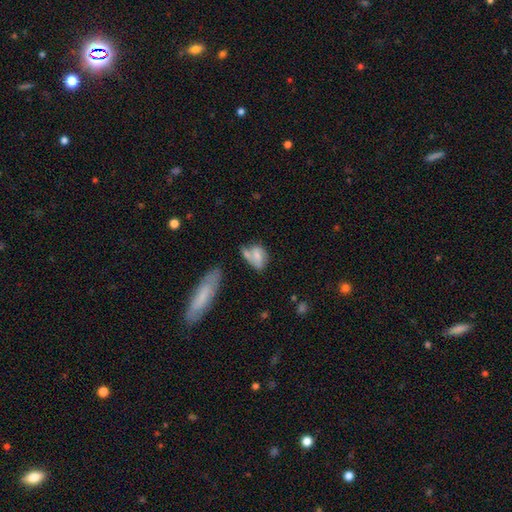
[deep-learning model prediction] A smooth galaxy with no disk features (52%) that is in between round and cigar-shaped (80%). Merging: none (34%).